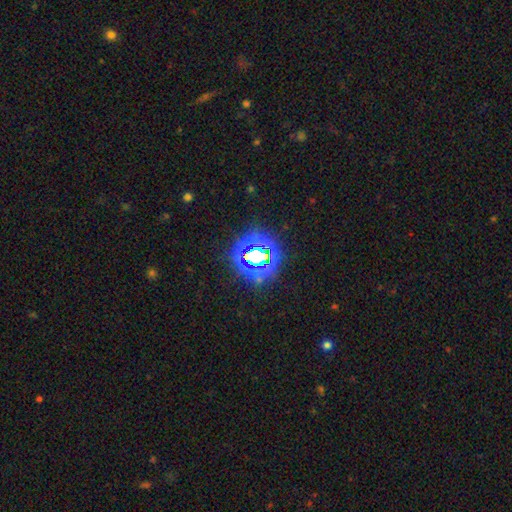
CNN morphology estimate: Q: Smooth or featured?
A: star or artifact (72%); runner-up: smooth (17%)